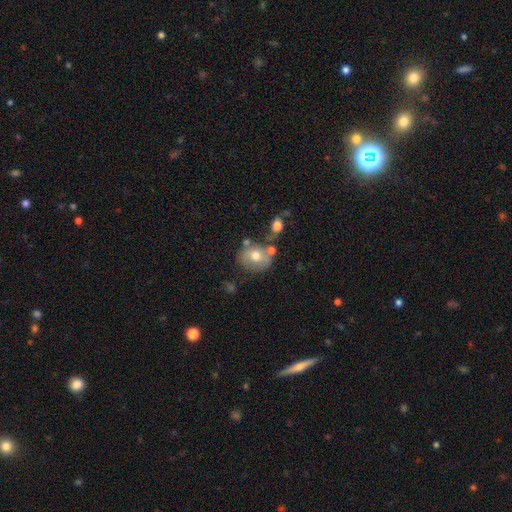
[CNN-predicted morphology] smooth 58%, featured or disk 33%, star or artifact 9%. Down the decision tree: how rounded — round (66%); merging — none (53%).